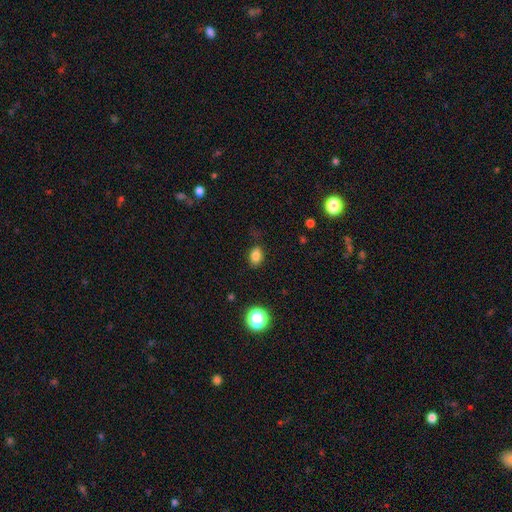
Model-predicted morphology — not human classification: A smooth galaxy with no disk features (81%) that is in between round and cigar-shaped (75%).

Vote fractions:
- Smooth or featured? smooth: 81% / star or artifact: 13% / featured or disk: 6%
- How rounded? in between: 75% / round: 23% / cigar-shaped: 2%
- Merging? none: 79% / minor disturbance: 15% / major disturbance: 4% / merger: 1%